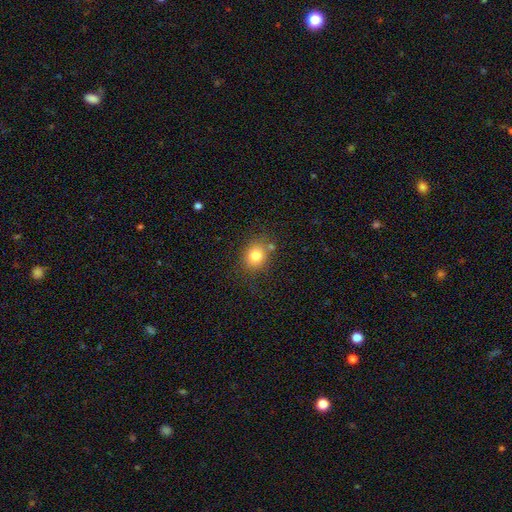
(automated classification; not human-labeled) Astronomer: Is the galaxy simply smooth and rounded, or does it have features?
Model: smooth — 80%.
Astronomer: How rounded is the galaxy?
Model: round — 65%.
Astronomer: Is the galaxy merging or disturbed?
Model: none — 73%.